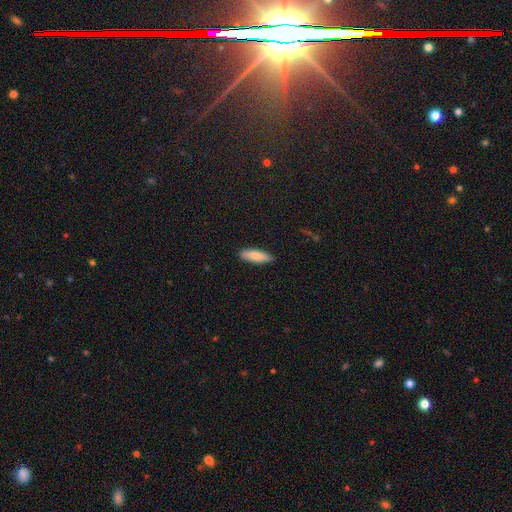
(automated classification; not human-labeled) Smooth or featured? smooth (81%)
How rounded? in between (52%)
Merging? none (86%)